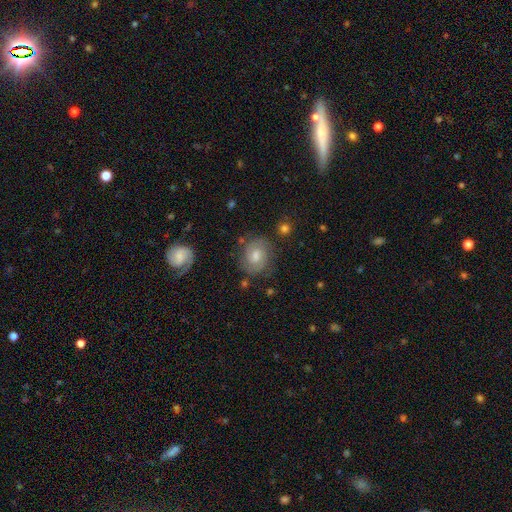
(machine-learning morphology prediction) Smooth or featured?
  - featured or disk: 63% *
  - smooth: 25%
  - star or artifact: 12%
Edge-on disk?
  - no: 97% *
  - yes: 3%
Bar?
  - no: 59% *
  - weak: 35%
  - strong: 7%
Spiral arms?
  - yes: 92% *
  - no: 8%
Spiral winding?
  - tight: 53% *
  - medium: 37%
  - loose: 9%
Spiral arm count?
  - 2: 80% *
  - can't tell: 11%
  - 3: 3%
  - 1: 3%
  - 4: 1%
  - more than 4: 1%
Bulge size?
  - moderate: 62% *
  - small: 24%
  - large: 10%
  - none: 3%
  - dominant: 2%
Merging?
  - none: 79% *
  - minor disturbance: 13%
  - major disturbance: 5%
  - merger: 2%